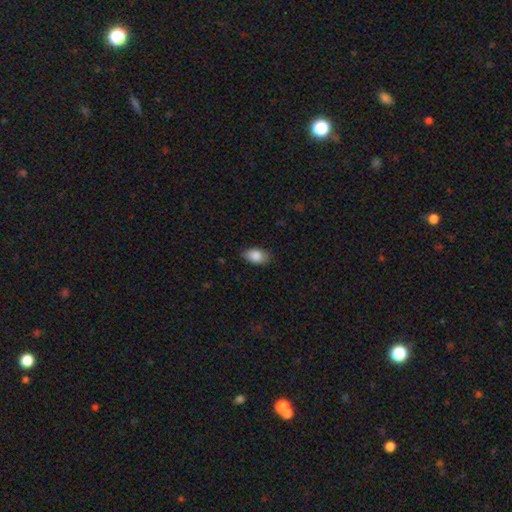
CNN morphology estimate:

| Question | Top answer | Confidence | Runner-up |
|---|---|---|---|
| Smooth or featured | smooth | 87% | star or artifact (7%) |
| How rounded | in between | 91% | round (7%) |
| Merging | none | 83% | minor disturbance (13%) |